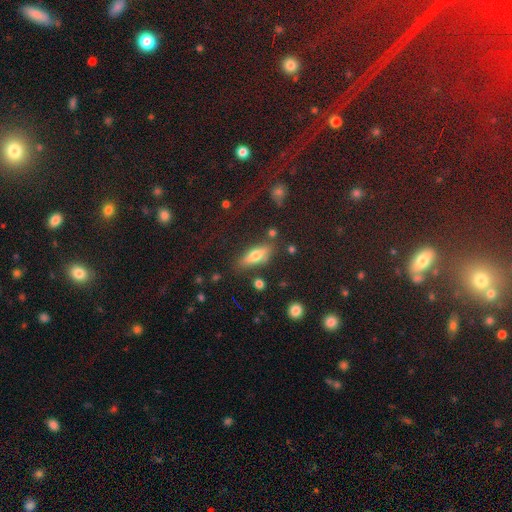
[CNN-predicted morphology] Q: Smooth or featured?
A: smooth (56%); runner-up: featured or disk (34%)
Q: How rounded?
A: in between (54%); runner-up: cigar-shaped (42%)
Q: Merging?
A: none (77%); runner-up: minor disturbance (14%)